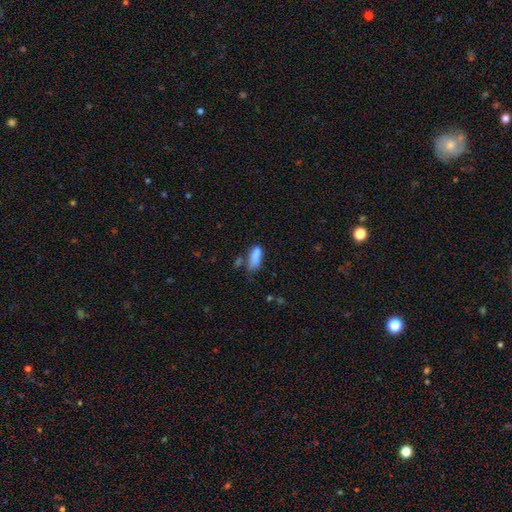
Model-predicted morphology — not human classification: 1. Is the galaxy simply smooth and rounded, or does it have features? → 81% smooth, 9% featured or disk, 9% star or artifact.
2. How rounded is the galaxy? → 66% in between, 32% cigar-shaped, 2% round.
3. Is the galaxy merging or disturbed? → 42% none, 30% minor disturbance, 15% major disturbance, 13% merger.